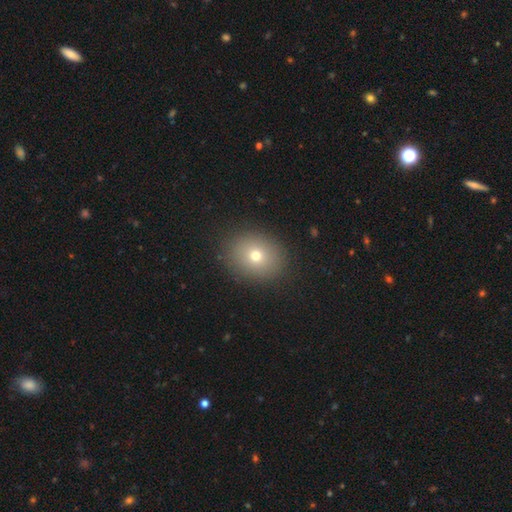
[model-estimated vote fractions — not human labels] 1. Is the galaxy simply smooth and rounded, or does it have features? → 72% smooth, 14% featured or disk, 14% star or artifact.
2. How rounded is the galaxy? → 65% round, 34% in between, 1% cigar-shaped.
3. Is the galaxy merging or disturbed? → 88% none, 7% minor disturbance, 3% major disturbance, 1% merger.